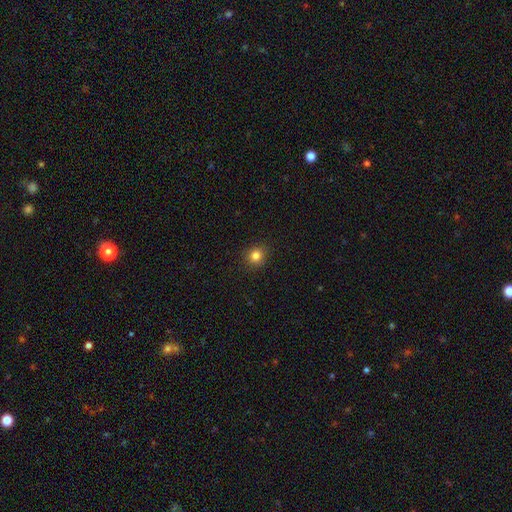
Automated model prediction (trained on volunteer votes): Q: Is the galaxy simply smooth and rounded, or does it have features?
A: smooth — 82%.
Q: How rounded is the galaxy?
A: round — 87%.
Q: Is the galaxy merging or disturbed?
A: none — 91%.